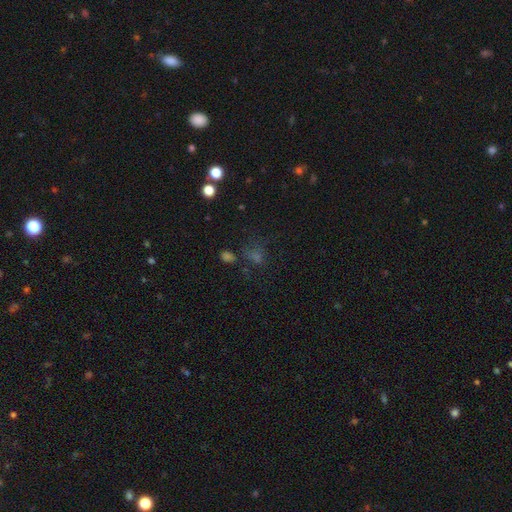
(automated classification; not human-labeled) A star or artifact, not a galaxy (43%).